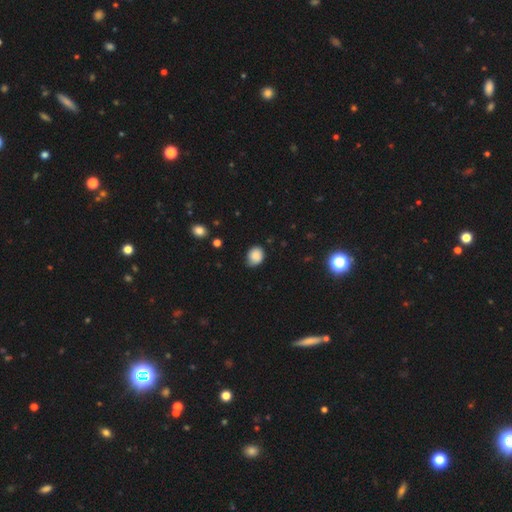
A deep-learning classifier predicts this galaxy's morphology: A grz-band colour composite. It shows a smooth galaxy with no disk features (86%) that is round (57%). Merging: none (71%).